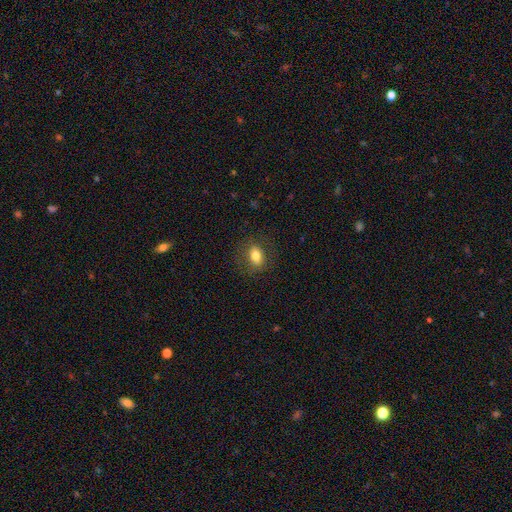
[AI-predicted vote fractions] A smooth galaxy with no disk features (76%) that is in between round and cigar-shaped (71%). Merging: none (82%).